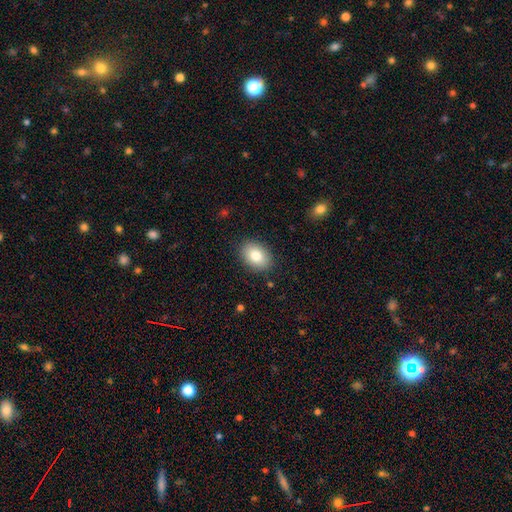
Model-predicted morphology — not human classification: Smooth or featured? smooth (82%)
How rounded? in between (81%)
Merging? none (88%)